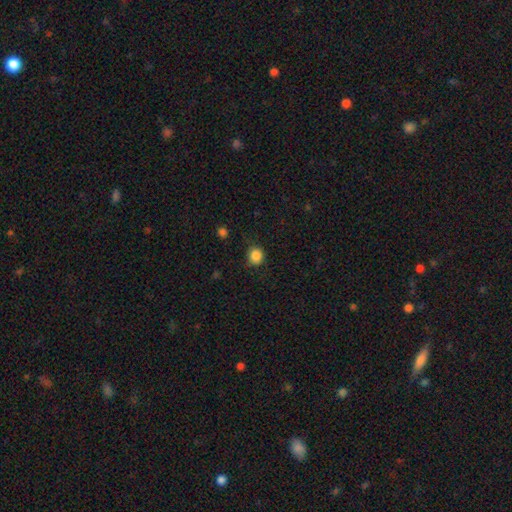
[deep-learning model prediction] smooth-or-featured: smooth: 86% | star or artifact: 10% | featured or disk: 3%
  how-rounded: round: 85% | in between: 15% | cigar-shaped: 1%
  merging: none: 83% | minor disturbance: 13% | major disturbance: 3% | merger: 1%